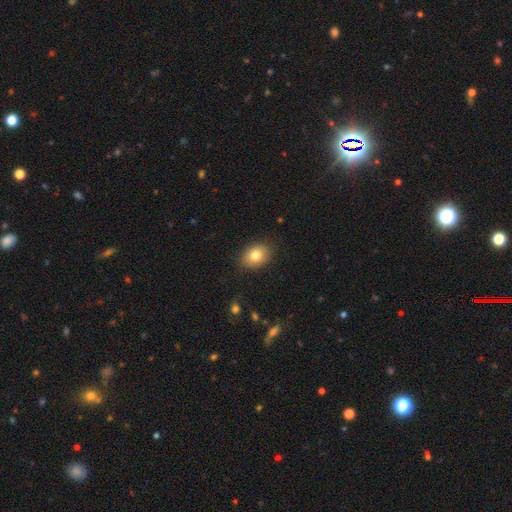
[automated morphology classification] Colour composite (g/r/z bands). It shows a smooth galaxy with no disk features (81%) that is in between round and cigar-shaped (66%). Merging: none (86%).